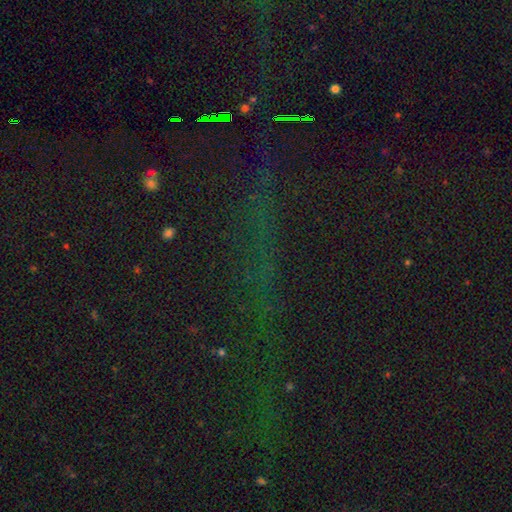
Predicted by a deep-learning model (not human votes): Smooth or featured: star or artifact — 74% (smooth — 15%)